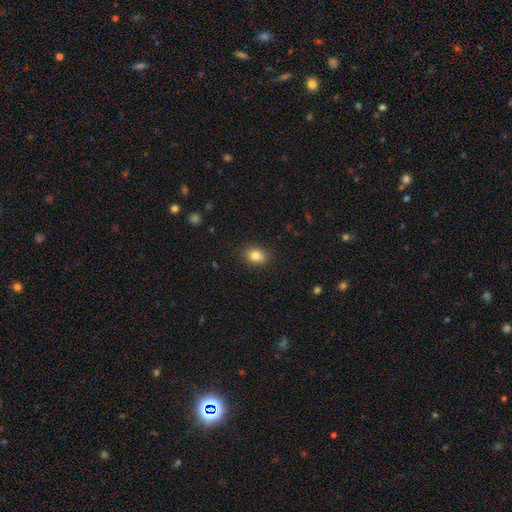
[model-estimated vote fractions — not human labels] Morphology: type=smooth (84%); roundness=in between (64%); merging=none (88%).